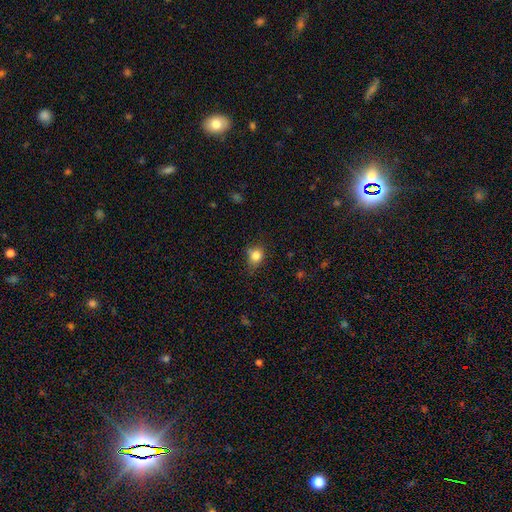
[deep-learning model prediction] Smooth or featured? smooth (82%)
How rounded? round (58%)
Merging? none (63%)